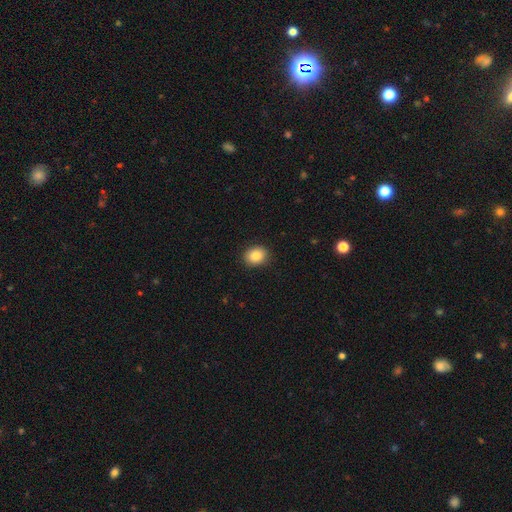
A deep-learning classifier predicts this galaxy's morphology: This is clearly a smooth galaxy (87%). How rounded: possibly in between (50%). Merging: clearly none (89%).